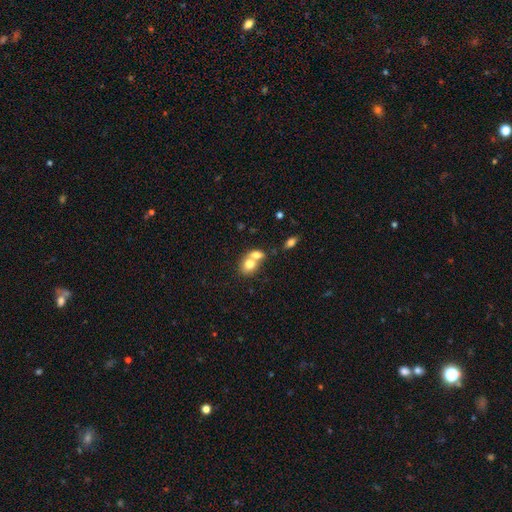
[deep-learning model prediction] Smooth or featured?
  - smooth: 74% *
  - featured or disk: 17%
  - star or artifact: 9%
How rounded?
  - in between: 53% *
  - round: 45%
  - cigar-shaped: 1%
Merging?
  - merger: 65% *
  - none: 24%
  - minor disturbance: 7%
  - major disturbance: 3%